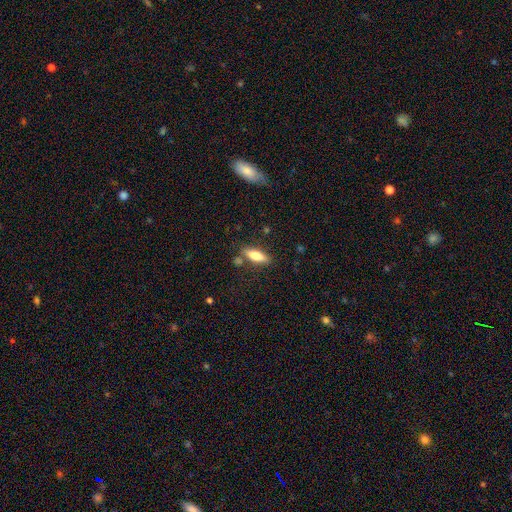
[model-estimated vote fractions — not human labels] Smooth or featured? smooth (72%)
How rounded? in between (51%)
Merging? none (77%)